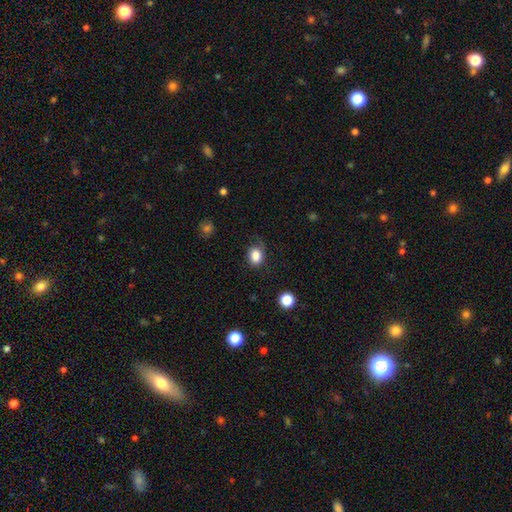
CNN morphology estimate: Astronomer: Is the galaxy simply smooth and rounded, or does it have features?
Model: smooth — 85%.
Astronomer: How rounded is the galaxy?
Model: in between — 58% (runner-up: round, 41%).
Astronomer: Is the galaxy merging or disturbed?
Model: none — 67%.